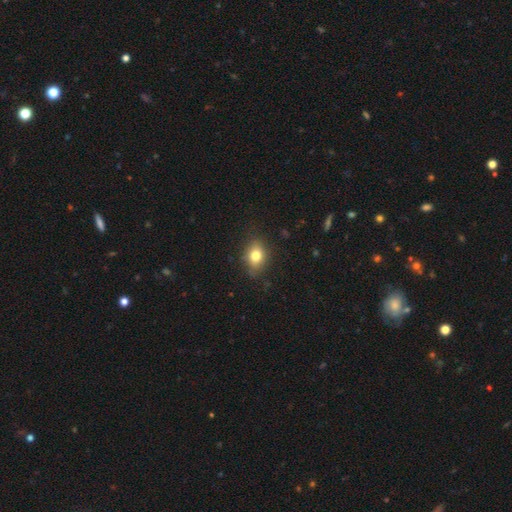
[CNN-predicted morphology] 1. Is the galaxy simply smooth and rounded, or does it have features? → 78% smooth, 11% featured or disk, 10% star or artifact.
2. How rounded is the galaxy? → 62% in between, 36% round, 2% cigar-shaped.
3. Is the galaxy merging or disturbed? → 79% none, 16% minor disturbance, 4% major disturbance, 1% merger.